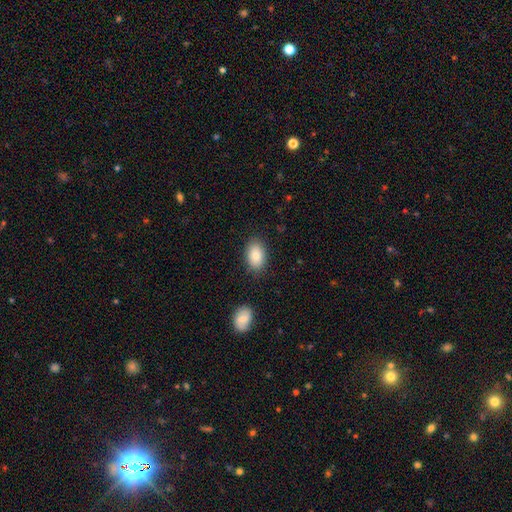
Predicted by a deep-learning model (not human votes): A smooth galaxy with no disk features (85%) that is in between round and cigar-shaped (90%).

Vote fractions:
- Smooth or featured? smooth: 85% / featured or disk: 8% / star or artifact: 7%
- How rounded? in between: 90% / round: 9% / cigar-shaped: 1%
- Merging? none: 84% / minor disturbance: 11% / major disturbance: 3% / merger: 2%